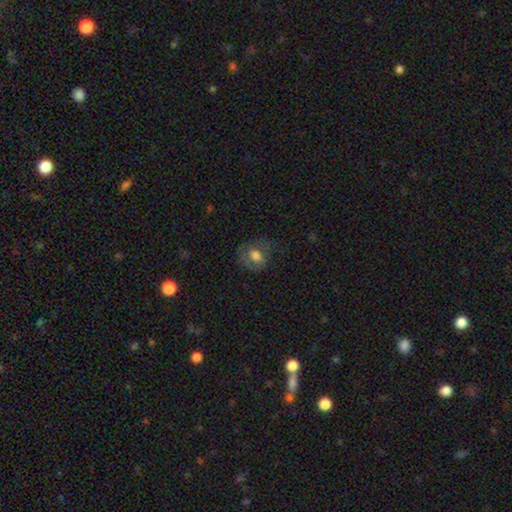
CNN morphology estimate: smooth_or_featured: smooth (p=0.60) [alt: featured or disk p=0.29]
how_rounded: round (p=0.55) [alt: in between p=0.44]
merging: none (p=0.57) [alt: minor disturbance p=0.23]